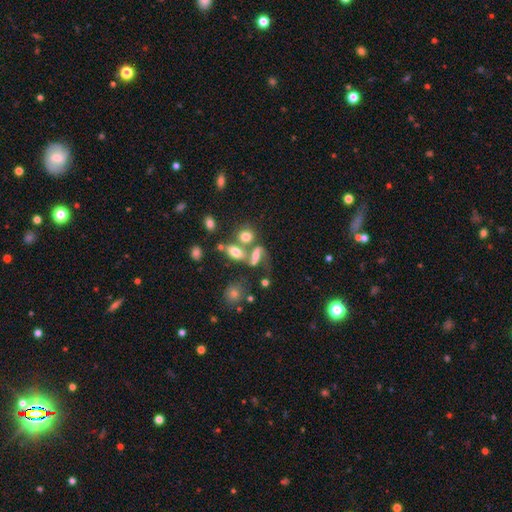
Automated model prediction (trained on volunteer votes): A smooth galaxy with no disk features (47%). Merging: merger (41%).